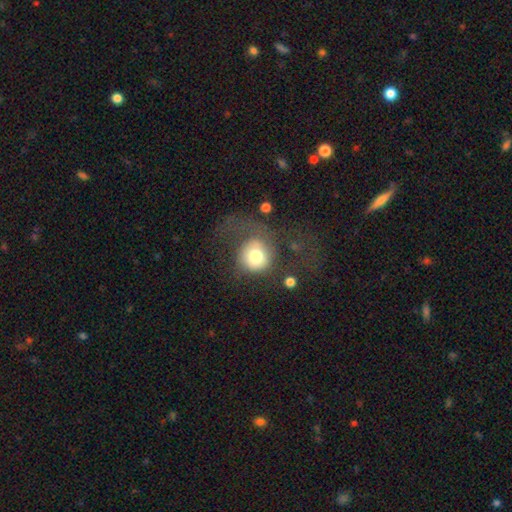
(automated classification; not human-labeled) Smooth or featured? smooth (69%)
How rounded? round (83%)
Merging? major disturbance (42%)